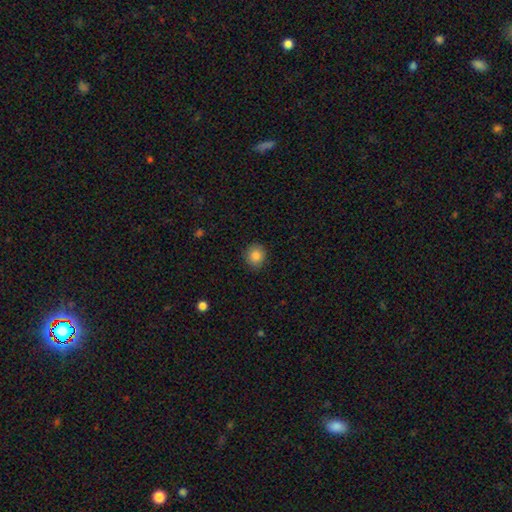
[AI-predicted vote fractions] smooth 86%, star or artifact 10%, featured or disk 4%. Down the decision tree: how rounded — round (84%); merging — none (89%).